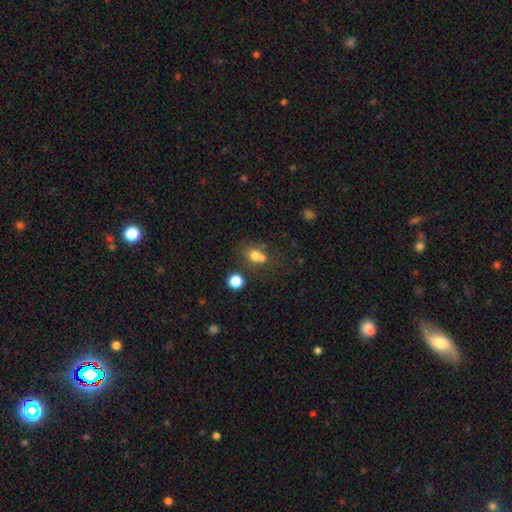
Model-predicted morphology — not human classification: smooth-or-featured: smooth: 71% | featured or disk: 15% | star or artifact: 14%
  how-rounded: round: 61% | in between: 37% | cigar-shaped: 1%
  merging: merger: 42% | none: 40% | minor disturbance: 11% | major disturbance: 6%